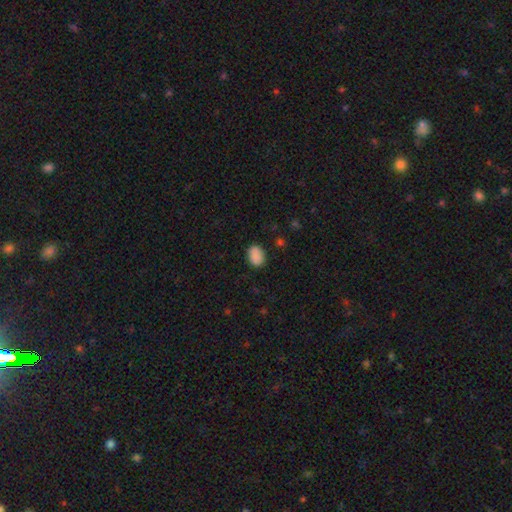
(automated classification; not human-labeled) This appears to be a smooth galaxy with no disk features (88%) that is in between round and cigar-shaped (79%). Merging: none (84%).